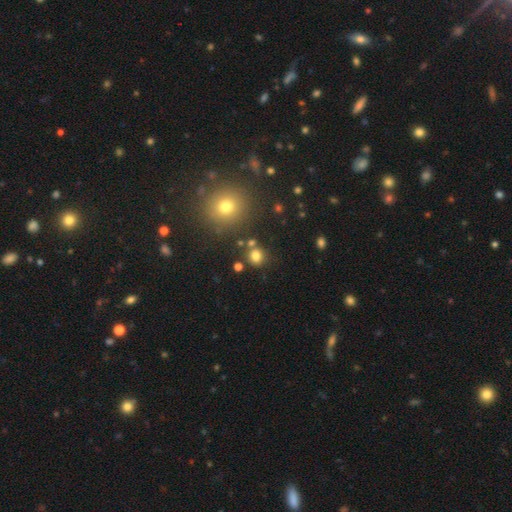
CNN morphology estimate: Overall: smooth (78%). How rounded: round (82%). Merging: none (77%).